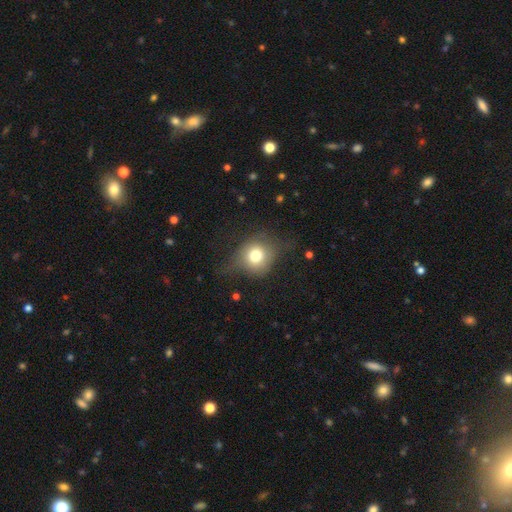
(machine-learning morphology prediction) Smooth or featured? smooth (69%)
How rounded? round (79%)
Merging? none (56%)